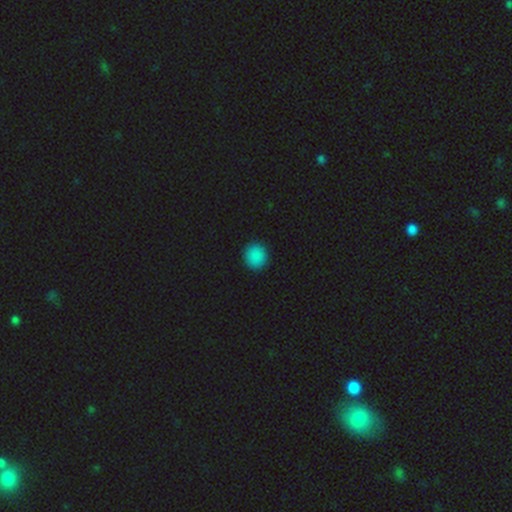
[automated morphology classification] Q: Smooth or featured?
A: smooth (87%); runner-up: star or artifact (11%)
Q: How rounded?
A: round (84%); runner-up: in between (15%)
Q: Merging?
A: none (92%); runner-up: minor disturbance (6%)